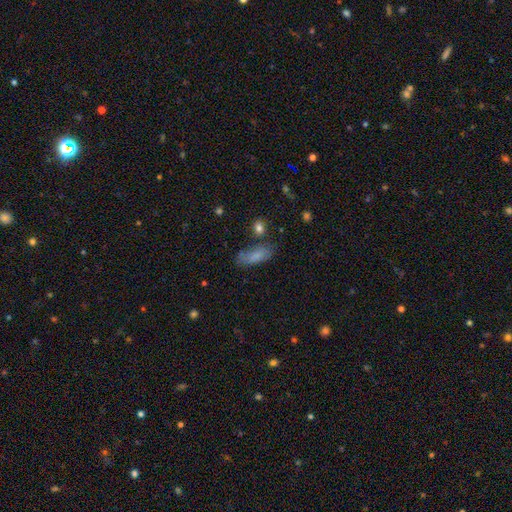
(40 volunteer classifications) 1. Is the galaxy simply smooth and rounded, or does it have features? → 85% smooth, 8% featured or disk, 8% star or artifact.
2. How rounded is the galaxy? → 82% in between, 15% cigar-shaped, 3% round.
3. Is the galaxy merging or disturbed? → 70% none, 30% minor disturbance, 0% major disturbance, 0% merger.